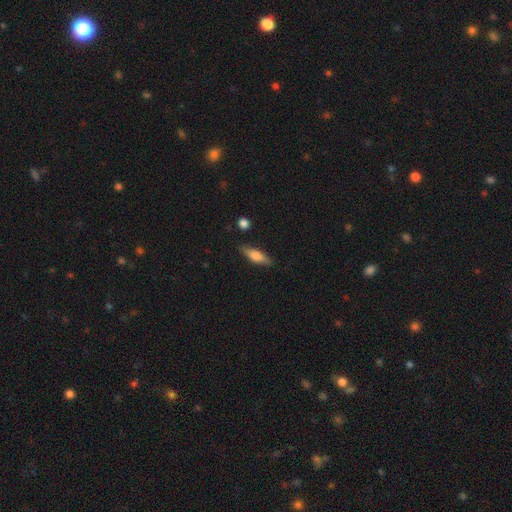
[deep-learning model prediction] smooth 62%, featured or disk 31%, star or artifact 7%. Down the decision tree: how rounded — cigar-shaped (51%); merging — none (83%).